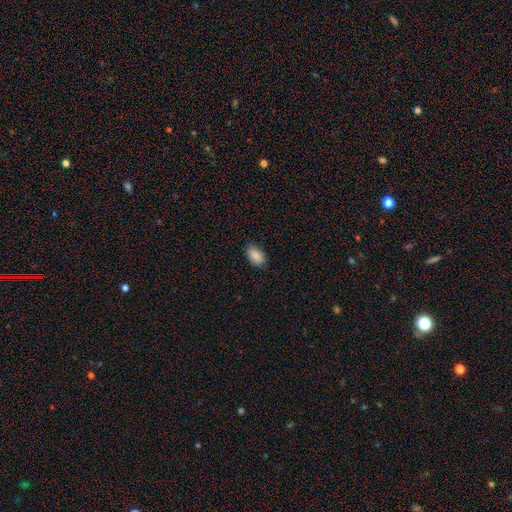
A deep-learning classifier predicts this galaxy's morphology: This is clearly a smooth galaxy (89%). How rounded: clearly in between (91%). Merging: clearly none (81%).